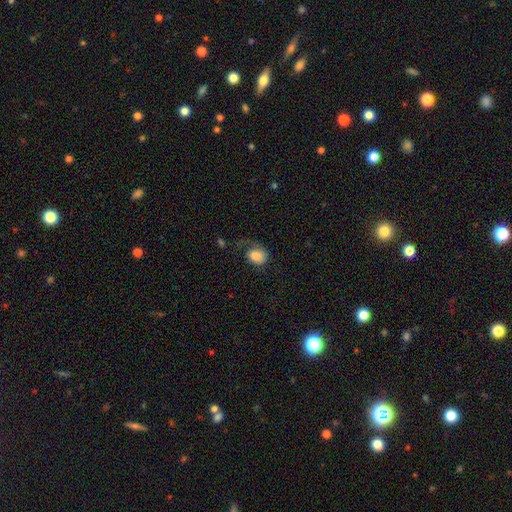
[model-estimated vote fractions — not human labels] smooth_or_featured: smooth (p=0.73) [alt: featured or disk p=0.19]
how_rounded: in between (p=0.59) [alt: round p=0.40]
merging: major disturbance (p=0.39) [alt: none p=0.35]